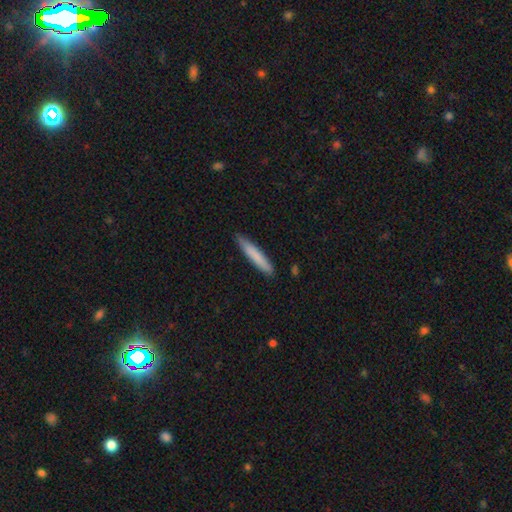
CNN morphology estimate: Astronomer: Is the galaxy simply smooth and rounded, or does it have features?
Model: smooth — 80%.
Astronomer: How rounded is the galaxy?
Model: cigar-shaped — 93%.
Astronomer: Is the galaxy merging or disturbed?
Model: none — 86%.